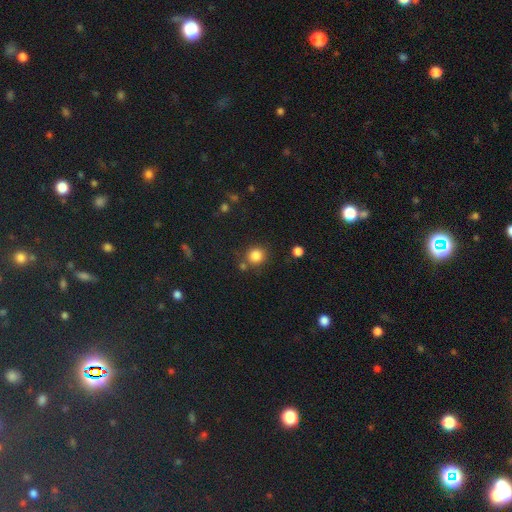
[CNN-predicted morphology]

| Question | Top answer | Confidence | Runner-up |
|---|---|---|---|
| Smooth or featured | smooth | 83% | star or artifact (12%) |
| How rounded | round | 89% | in between (10%) |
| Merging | none | 77% | merger (10%) |